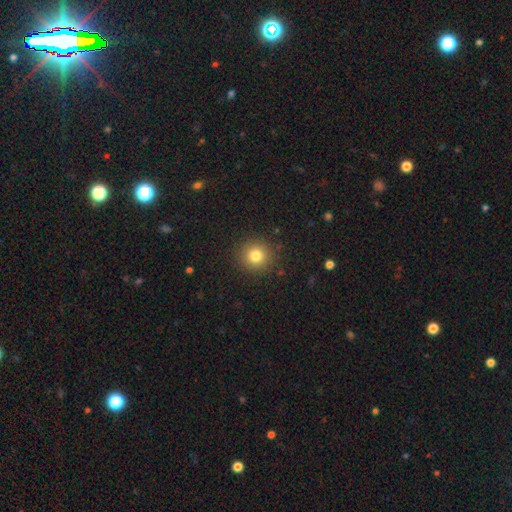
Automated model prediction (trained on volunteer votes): smooth-or-featured: smooth: 81% | star or artifact: 12% | featured or disk: 7%
  how-rounded: round: 93% | in between: 6% | cigar-shaped: 1%
  merging: none: 90% | minor disturbance: 6% | major disturbance: 2% | merger: 1%